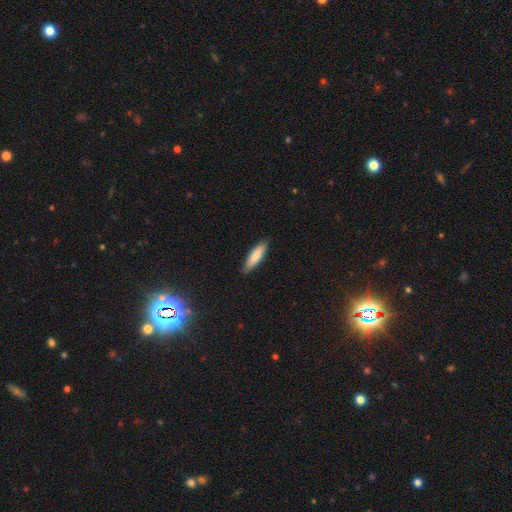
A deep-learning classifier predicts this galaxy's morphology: The model was most divided on "how rounded": cigar-shaped: 65%, in between: 33%, round: 1%. More confident: merging — none (86%); smooth or featured — smooth (80%).